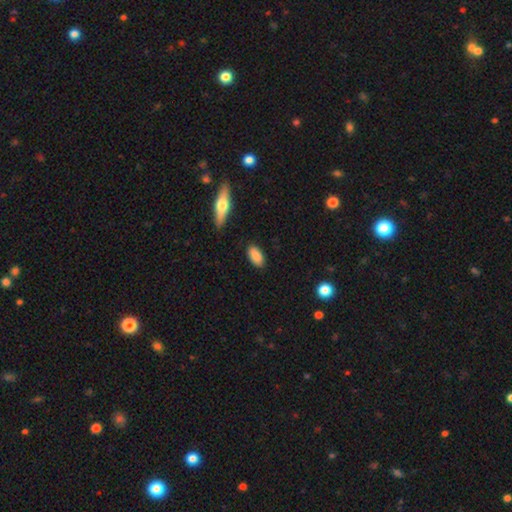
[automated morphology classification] Smooth or featured?
  - smooth: 87% *
  - featured or disk: 7%
  - star or artifact: 7%
How rounded?
  - in between: 91% *
  - cigar-shaped: 6%
  - round: 3%
Merging?
  - none: 85% *
  - minor disturbance: 11%
  - major disturbance: 2%
  - merger: 2%